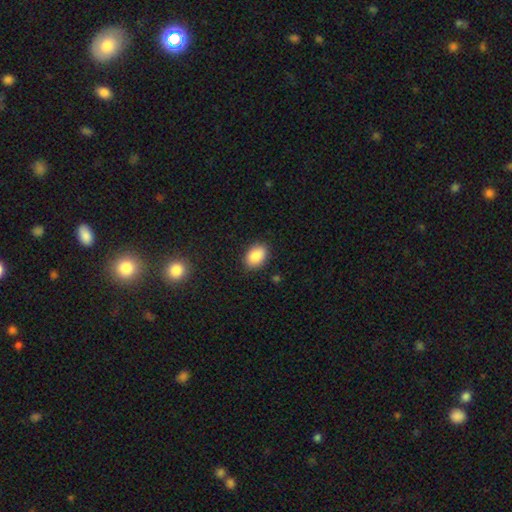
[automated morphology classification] smooth 88%, star or artifact 7%, featured or disk 5%. Down the decision tree: how rounded — in between (83%); merging — none (86%).